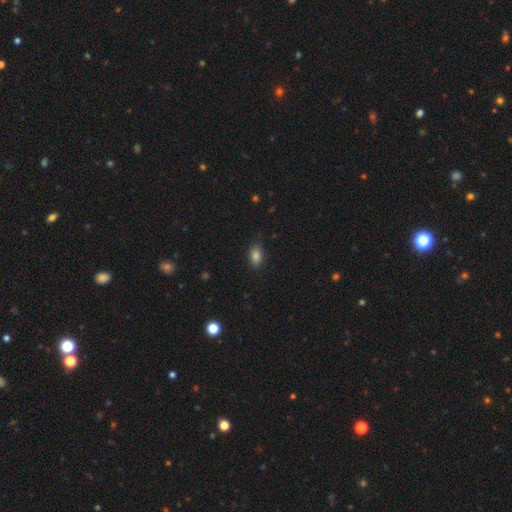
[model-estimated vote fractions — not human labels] smooth_or_featured: smooth (p=0.85) [alt: star or artifact p=0.10]
how_rounded: in between (p=0.88) [alt: round p=0.10]
merging: none (p=0.85) [alt: minor disturbance p=0.12]